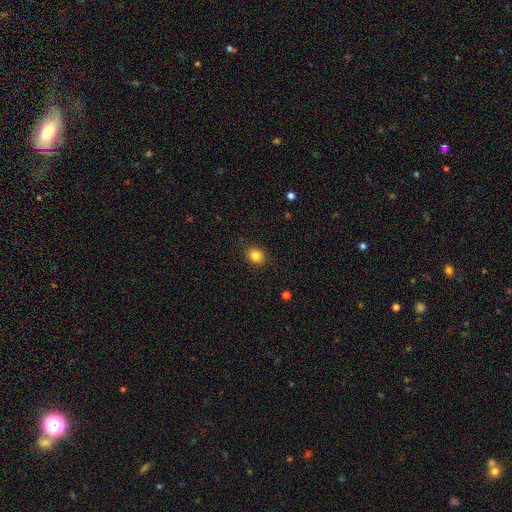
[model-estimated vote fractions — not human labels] Smooth or featured? Predicted: smooth (p=0.84). How rounded? Predicted: round (p=0.69). Merging? Predicted: none (p=0.87).